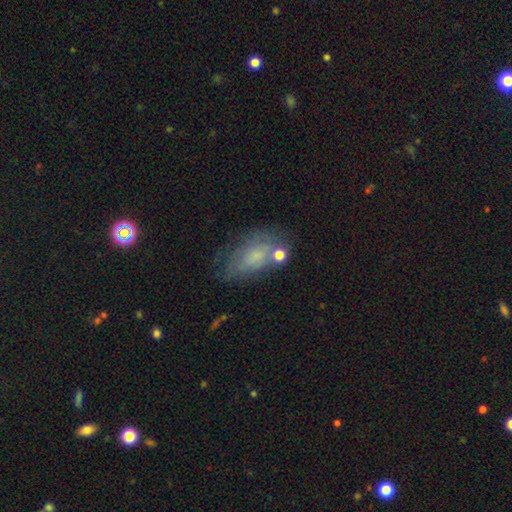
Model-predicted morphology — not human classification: smooth_or_featured: smooth (p=0.57) [alt: featured or disk p=0.31]
how_rounded: in between (p=0.87) [alt: round p=0.08]
merging: none (p=0.49) [alt: minor disturbance p=0.26]